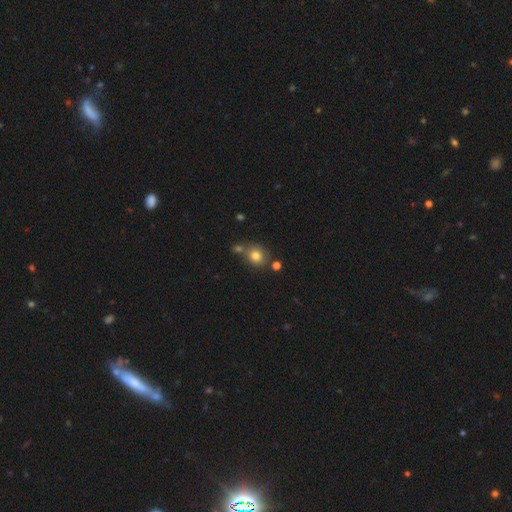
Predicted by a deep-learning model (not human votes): The model was most divided on "merging": none: 67%, merger: 17%, minor disturbance: 12%, major disturbance: 3%. More confident: smooth or featured — smooth (79%); how rounded — round (77%).